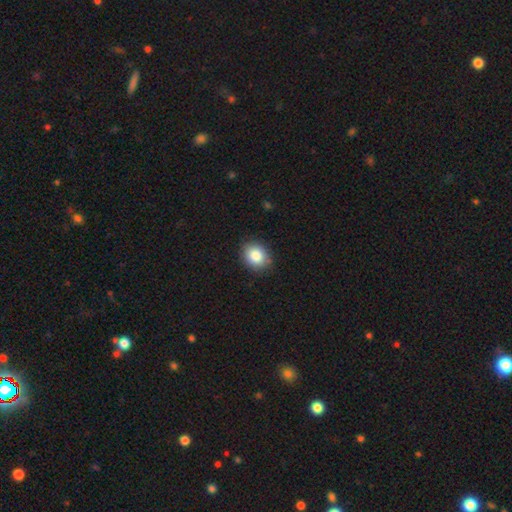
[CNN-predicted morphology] smooth-or-featured: smooth: 85% | star or artifact: 9% | featured or disk: 6%
  how-rounded: round: 58% | in between: 41% | cigar-shaped: 1%
  merging: none: 87% | minor disturbance: 10% | major disturbance: 2% | merger: 1%